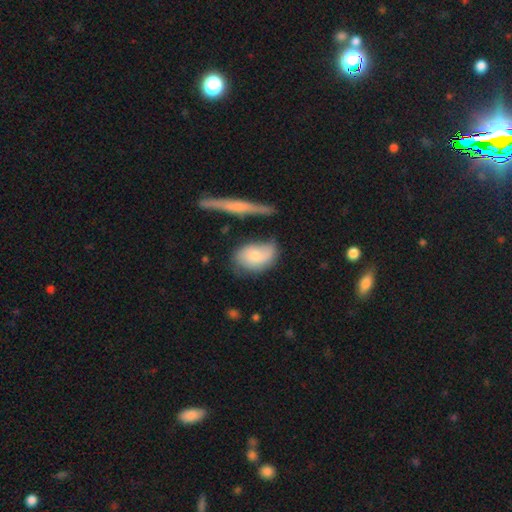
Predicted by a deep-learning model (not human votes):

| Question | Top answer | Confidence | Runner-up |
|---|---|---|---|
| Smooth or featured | smooth | 61% | featured or disk (33%) |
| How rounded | in between | 80% | round (16%) |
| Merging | none | 55% | minor disturbance (26%) |